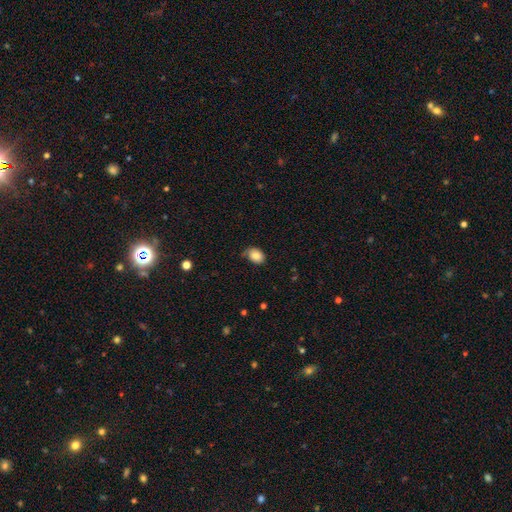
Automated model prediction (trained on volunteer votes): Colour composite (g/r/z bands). It shows a smooth galaxy with no disk features (83%) that is in between round and cigar-shaped (74%). Merging: none (60%).